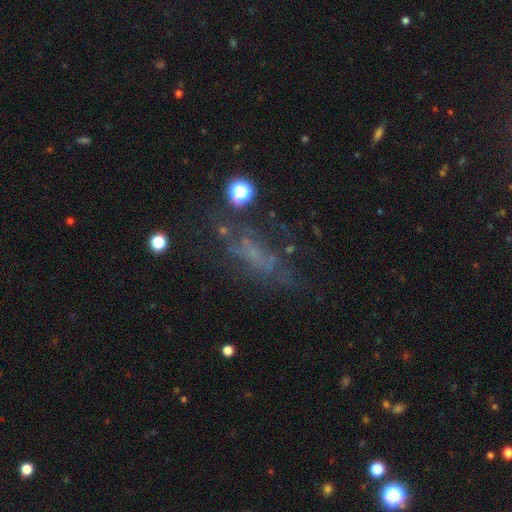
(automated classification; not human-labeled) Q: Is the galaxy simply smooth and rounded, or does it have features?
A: featured or disk — 41%.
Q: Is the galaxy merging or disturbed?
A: none — 47%.